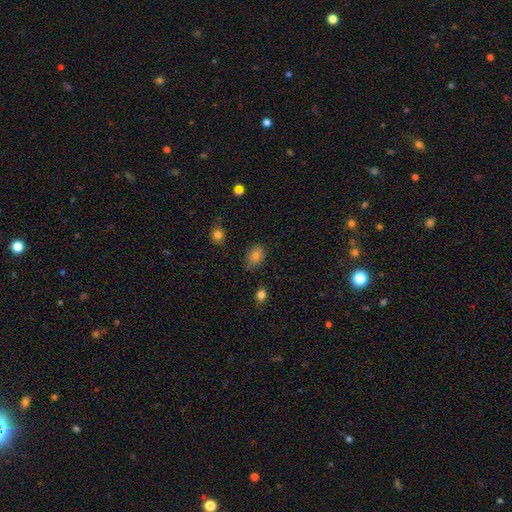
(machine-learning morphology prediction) A smooth galaxy with no disk features (79%) that is in between round and cigar-shaped (71%).

Vote fractions:
- Smooth or featured? smooth: 79% / star or artifact: 12% / featured or disk: 9%
- How rounded? in between: 71% / round: 28% / cigar-shaped: 1%
- Merging? none: 77% / minor disturbance: 18% / major disturbance: 3% / merger: 2%